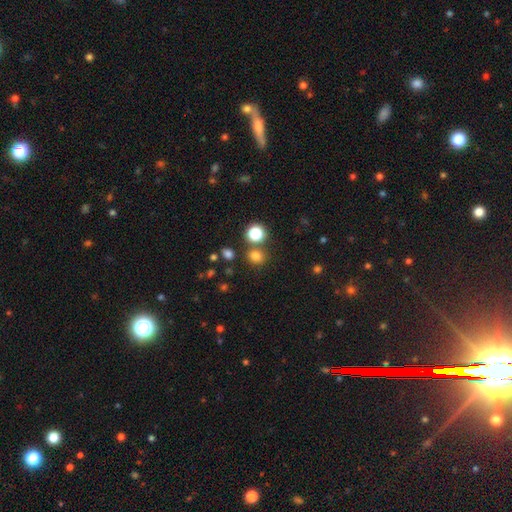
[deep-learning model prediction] A smooth galaxy with no disk features (76%) that is round (75%).

Vote fractions:
- Smooth or featured? smooth: 76% / star or artifact: 19% / featured or disk: 6%
- How rounded? round: 75% / in between: 24% / cigar-shaped: 1%
- Merging? none: 74% / merger: 14% / minor disturbance: 9% / major disturbance: 3%